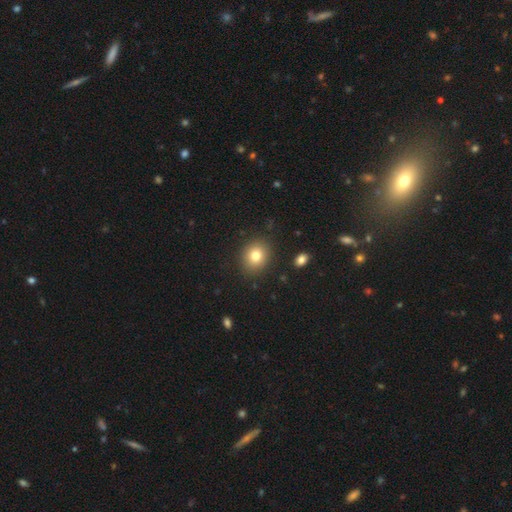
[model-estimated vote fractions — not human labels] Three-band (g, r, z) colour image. It shows a smooth galaxy with no disk features (79%) that is round (66%). Merging: none (88%).